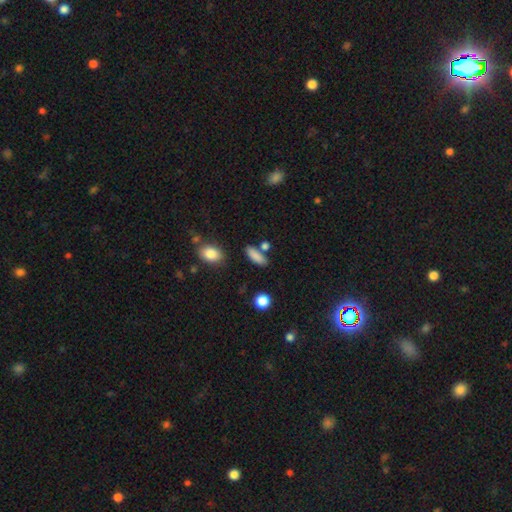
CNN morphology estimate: Smooth or featured?
  - smooth: 85% *
  - star or artifact: 8%
  - featured or disk: 7%
How rounded?
  - in between: 59% *
  - cigar-shaped: 36%
  - round: 5%
Merging?
  - none: 74% *
  - minor disturbance: 13%
  - merger: 10%
  - major disturbance: 4%